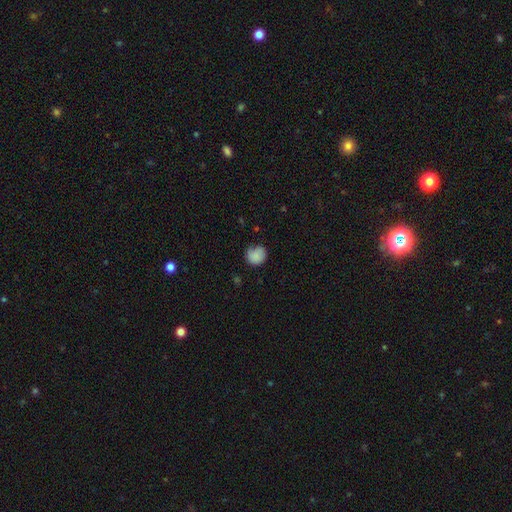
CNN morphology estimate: Q: Smooth or featured?
A: smooth (84%); runner-up: star or artifact (9%)
Q: How rounded?
A: round (83%); runner-up: in between (16%)
Q: Merging?
A: none (64%); runner-up: minor disturbance (28%)